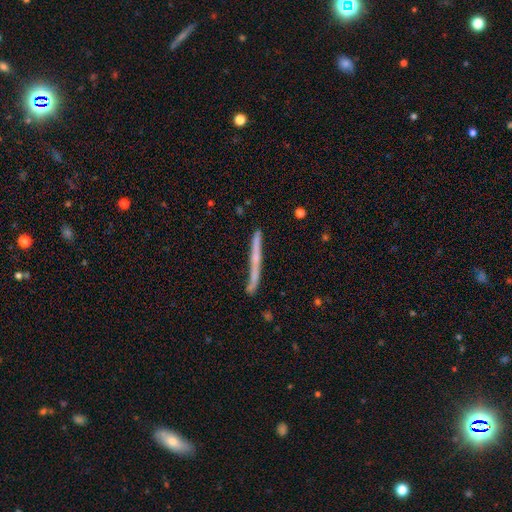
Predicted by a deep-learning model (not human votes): Smooth or featured? featured or disk (56%)
Edge-on disk? yes (94%)
Edge-on bulge? none (71%)
Merging? none (74%)